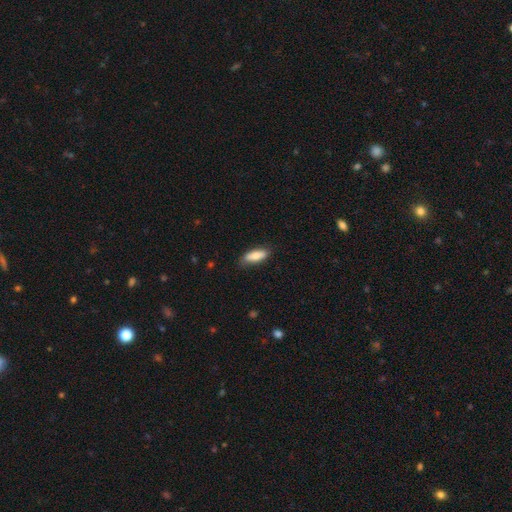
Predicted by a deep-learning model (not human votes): The model was most divided on "how rounded": in between: 68%, cigar-shaped: 29%, round: 2%. More confident: smooth or featured — smooth (80%); merging — none (79%).